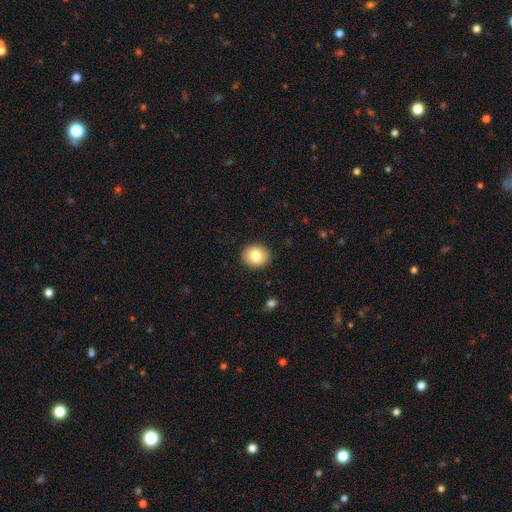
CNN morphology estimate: Smooth or featured? smooth (82%)
How rounded? round (66%)
Merging? none (90%)